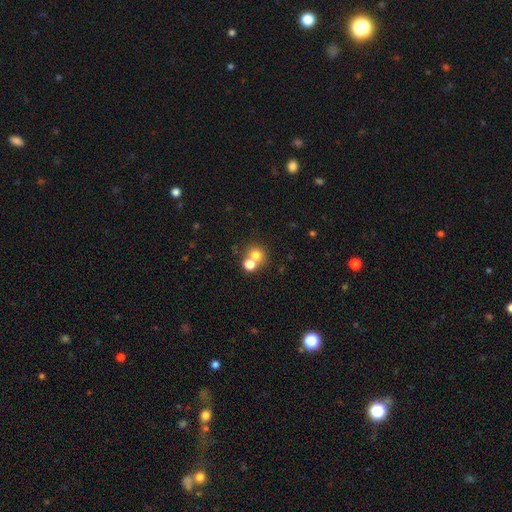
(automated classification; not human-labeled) smooth 73%, star or artifact 14%, featured or disk 13%. Down the decision tree: how rounded — round (82%); merging — merger (48%).